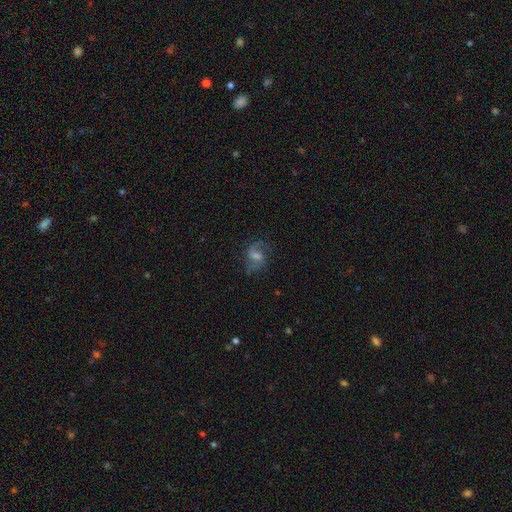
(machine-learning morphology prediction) type=featured or disk (68%); edge-on=no (97%); bar=weak (54%); spiral arms=yes (89%); winding=loose (45%); arm count=2 (78%); bulge=moderate (37%); merging=none (63%).